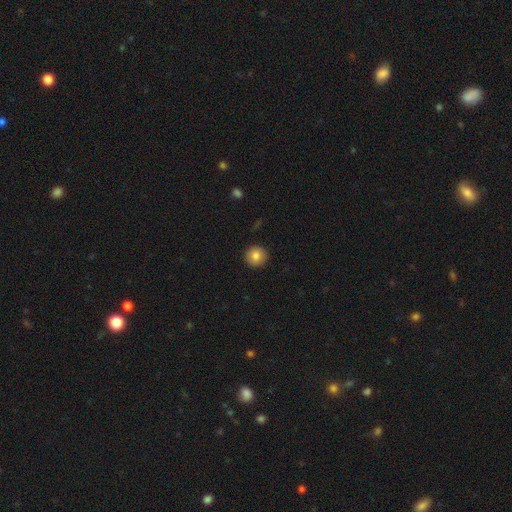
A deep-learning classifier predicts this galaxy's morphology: This is clearly a smooth galaxy (83%). How rounded: clearly round (95%). Merging: clearly none (92%).